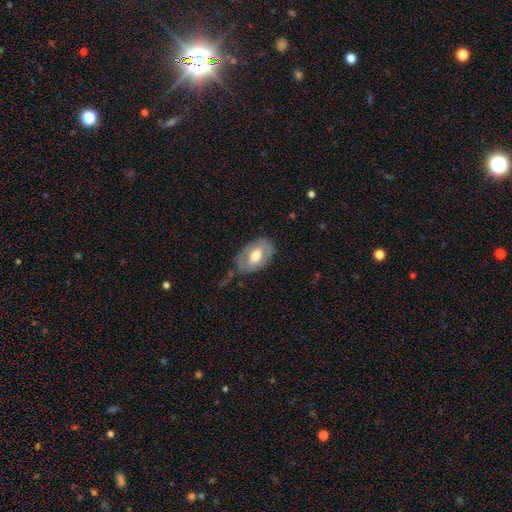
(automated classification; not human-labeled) A smooth galaxy with no disk features (48%). Merging: none (72%).